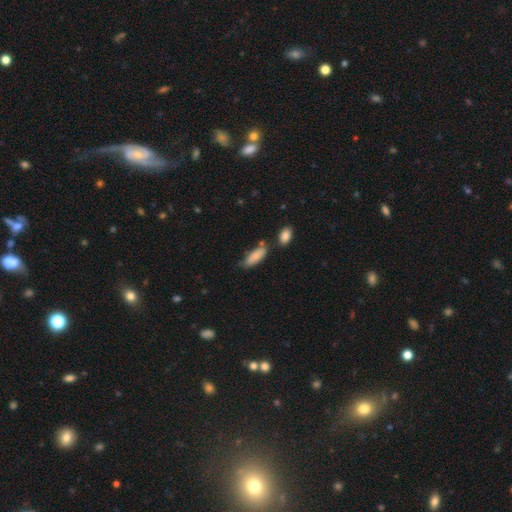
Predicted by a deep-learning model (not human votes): A smooth galaxy with no disk features (82%) that is in between round and cigar-shaped (66%). Merging: none (58%).